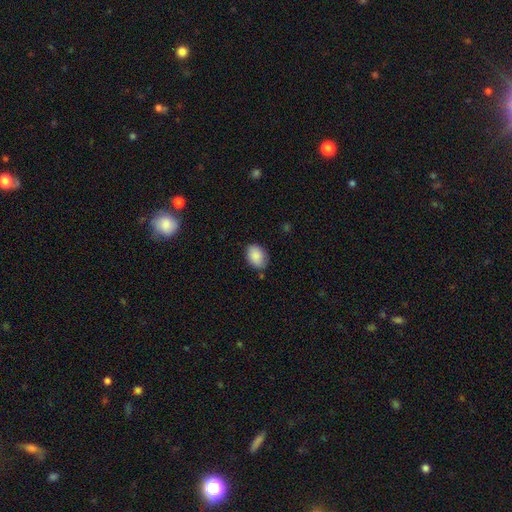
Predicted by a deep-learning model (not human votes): Overall: smooth (89%). How rounded: in between (78%). Merging: none (78%).